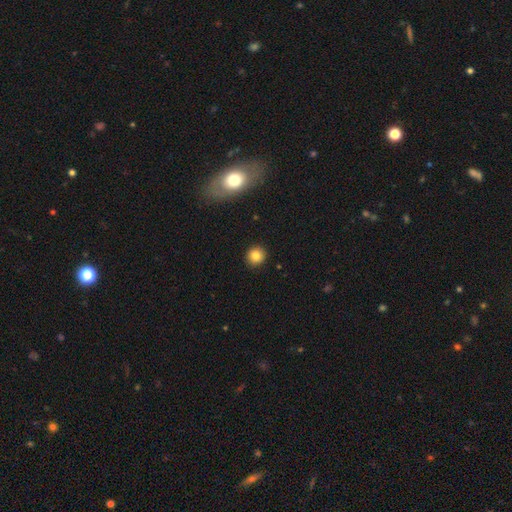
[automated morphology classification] Smooth or featured? Predicted: smooth (p=0.83). How rounded? Predicted: round (p=0.92). Merging? Predicted: none (p=0.91).